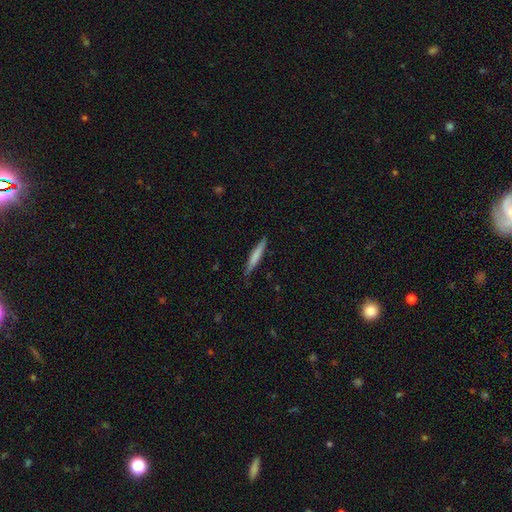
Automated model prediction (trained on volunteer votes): This is likely a smooth galaxy (67%). How rounded: clearly cigar-shaped (94%). Merging: clearly none (84%).